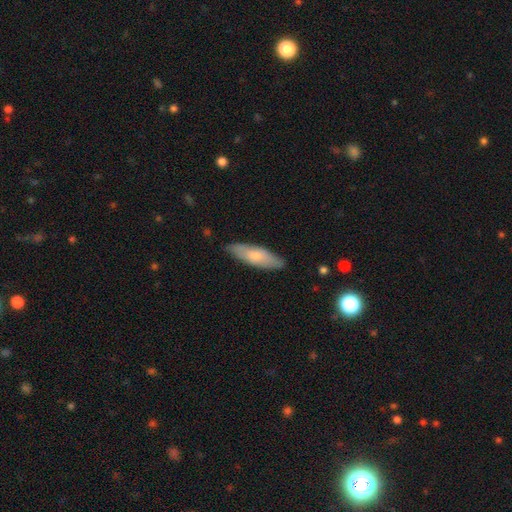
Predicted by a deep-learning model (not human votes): A smooth galaxy with no disk features (66%) that is cigar-shaped (50%).

Vote fractions:
- Smooth or featured? smooth: 66% / featured or disk: 28% / star or artifact: 5%
- How rounded? cigar-shaped: 50% / in between: 48% / round: 2%
- Merging? none: 84% / minor disturbance: 13% / major disturbance: 2% / merger: 1%